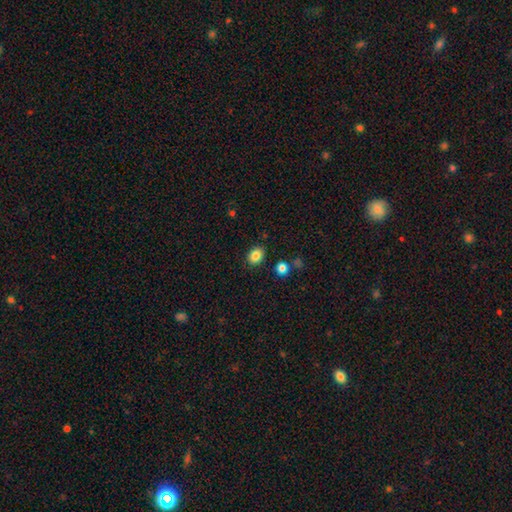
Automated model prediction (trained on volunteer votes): smooth_or_featured: smooth (p=0.85) [alt: star or artifact p=0.10]
how_rounded: in between (p=0.58) [alt: round p=0.41]
merging: none (p=0.86) [alt: minor disturbance p=0.09]